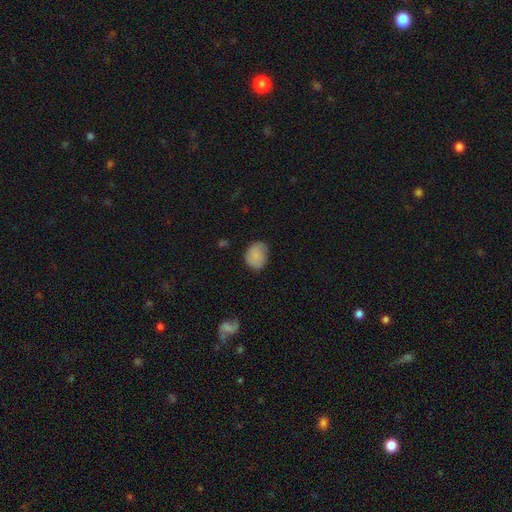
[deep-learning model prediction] smooth 81%, featured or disk 10%, star or artifact 8%. Down the decision tree: how rounded — in between (55%); merging — none (66%).